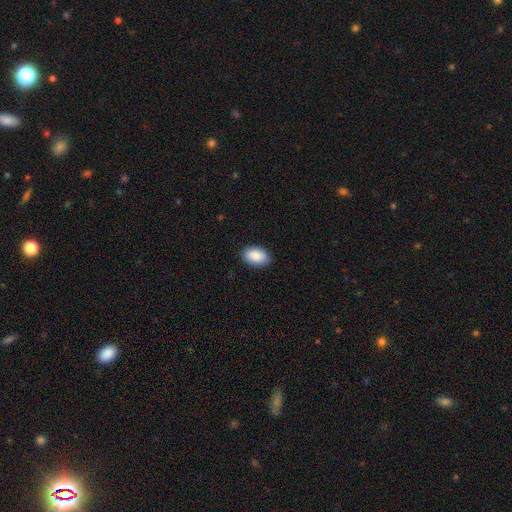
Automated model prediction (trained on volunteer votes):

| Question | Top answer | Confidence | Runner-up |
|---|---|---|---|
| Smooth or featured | smooth | 90% | star or artifact (6%) |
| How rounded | in between | 91% | round (8%) |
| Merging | none | 89% | minor disturbance (8%) |